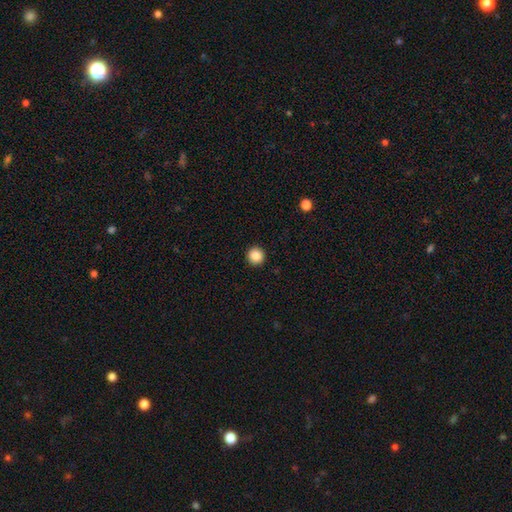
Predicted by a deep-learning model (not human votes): The model was most divided on "smooth or featured": smooth: 87%, star or artifact: 9%, featured or disk: 4%. More confident: how rounded — round (96%); merging — none (93%).